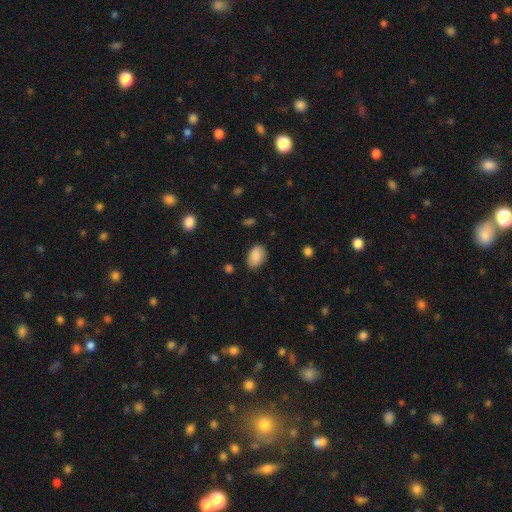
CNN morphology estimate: type=smooth (87%); roundness=in between (84%); merging=none (81%).